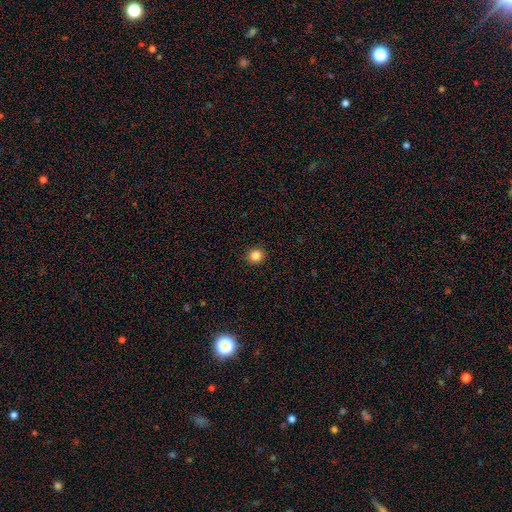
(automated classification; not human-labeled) The model was most divided on "smooth or featured": smooth: 85%, star or artifact: 11%, featured or disk: 4%. More confident: merging — none (93%); how rounded — round (90%).